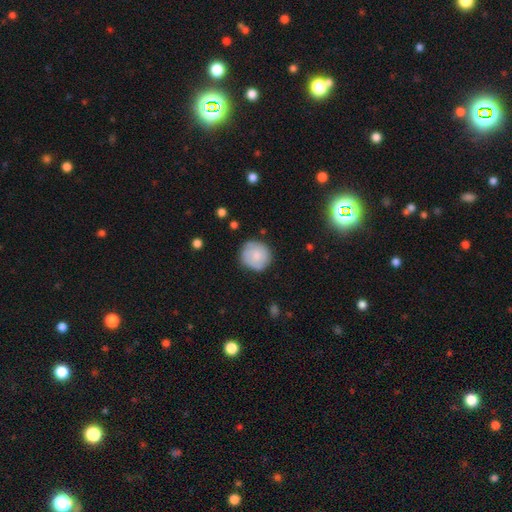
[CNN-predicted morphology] Smooth or featured: smooth — 69% (featured or disk — 24%)
How rounded: round — 92% (in between — 7%)
Merging: none — 80% (minor disturbance — 15%)